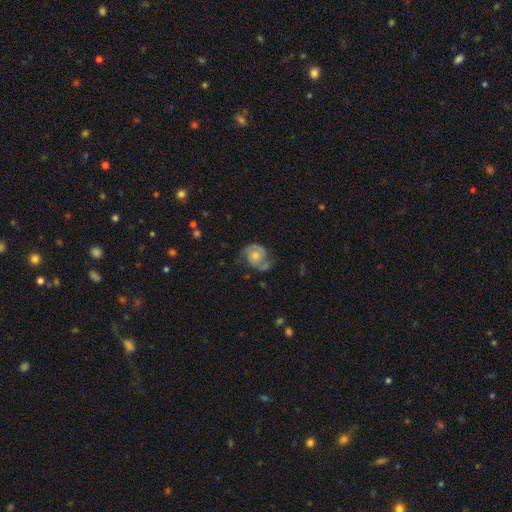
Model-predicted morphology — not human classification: type=featured or disk (68%); edge-on=no (97%); bar=no (74%); spiral arms=yes (89%); winding=medium (46%); arm count=2 (84%); bulge=moderate (44%); merging=none (54%).